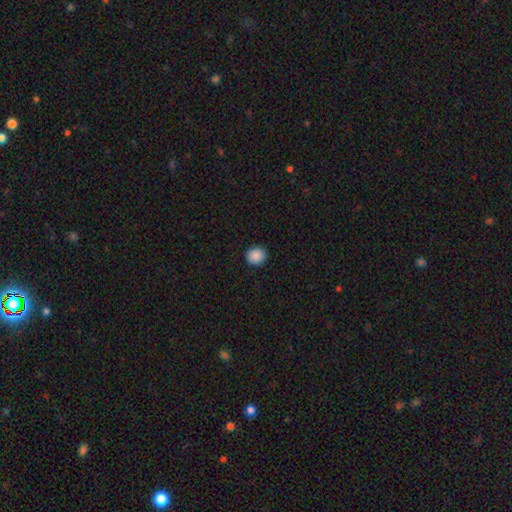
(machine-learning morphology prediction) A smooth galaxy with no disk features (89%) that is round (88%).

Vote fractions:
- Smooth or featured? smooth: 89% / star or artifact: 9% / featured or disk: 2%
- How rounded? round: 88% / in between: 11% / cigar-shaped: 1%
- Merging? none: 92% / minor disturbance: 5% / major disturbance: 2% / merger: 1%